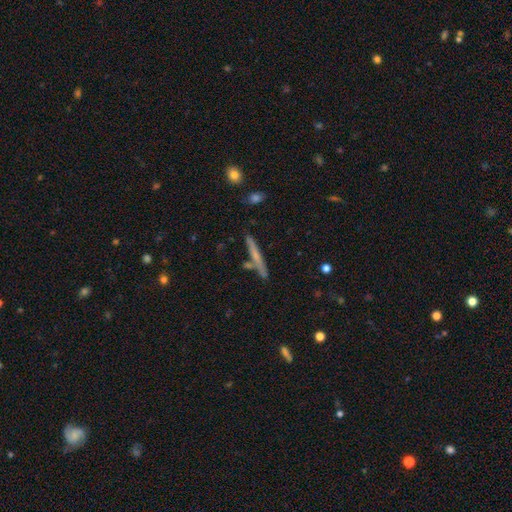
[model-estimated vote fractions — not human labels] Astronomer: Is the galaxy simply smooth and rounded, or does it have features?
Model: featured or disk — 46%, tied with smooth at 46%.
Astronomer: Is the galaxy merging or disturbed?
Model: none — 79%.